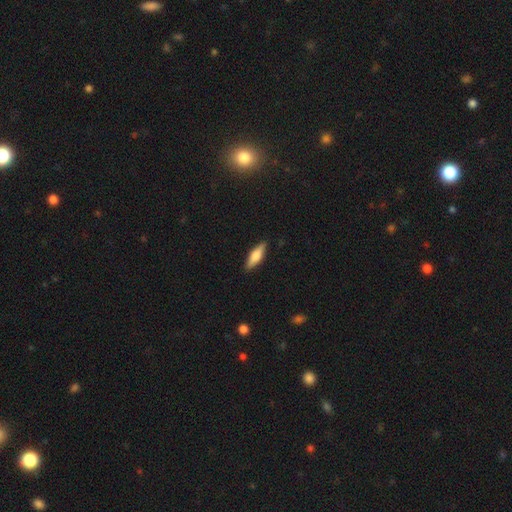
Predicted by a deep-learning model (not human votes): A smooth galaxy with no disk features (55%) that is cigar-shaped (54%). Merging: none (88%).